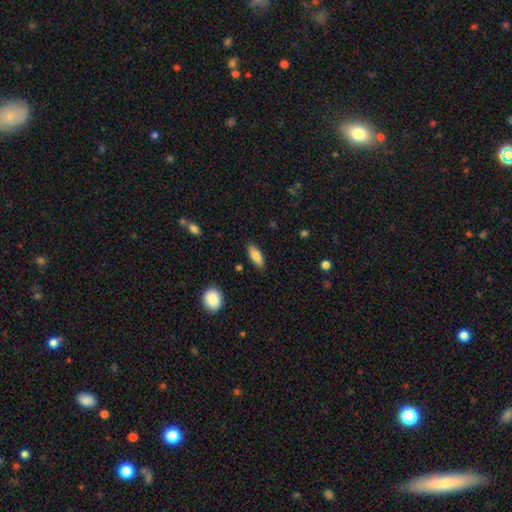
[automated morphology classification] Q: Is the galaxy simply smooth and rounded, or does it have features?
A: smooth — 81%.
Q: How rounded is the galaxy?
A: in between — 74%.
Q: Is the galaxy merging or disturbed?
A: none — 85%.